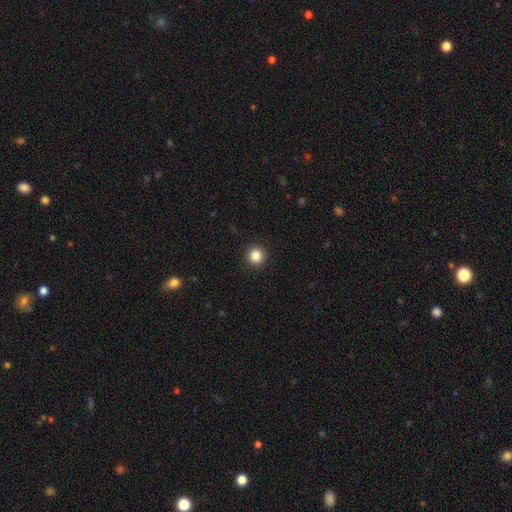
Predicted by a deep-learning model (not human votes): Overall: smooth (86%). How rounded: round (94%). Merging: none (93%).